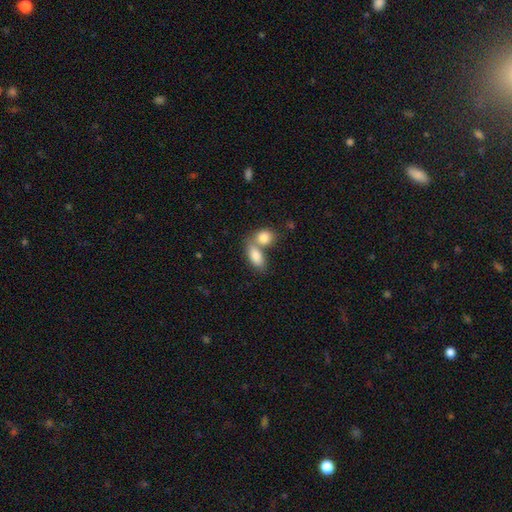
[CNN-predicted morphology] Smooth or featured: smooth — 83% (featured or disk — 10%)
How rounded: in between — 87% (round — 8%)
Merging: merger — 57% (none — 31%)